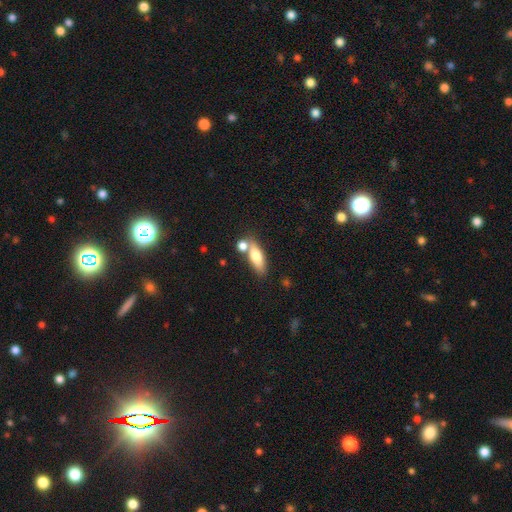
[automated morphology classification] smooth 73%, featured or disk 19%, star or artifact 8%. Down the decision tree: how rounded — in between (65%); merging — none (58%).